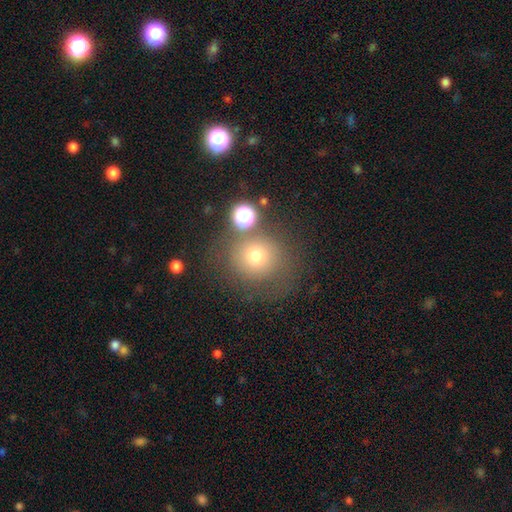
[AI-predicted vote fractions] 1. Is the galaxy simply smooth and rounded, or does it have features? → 69% smooth, 17% star or artifact, 14% featured or disk.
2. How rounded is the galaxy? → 86% round, 13% in between, 1% cigar-shaped.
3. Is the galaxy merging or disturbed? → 64% none, 15% minor disturbance, 11% merger, 11% major disturbance.